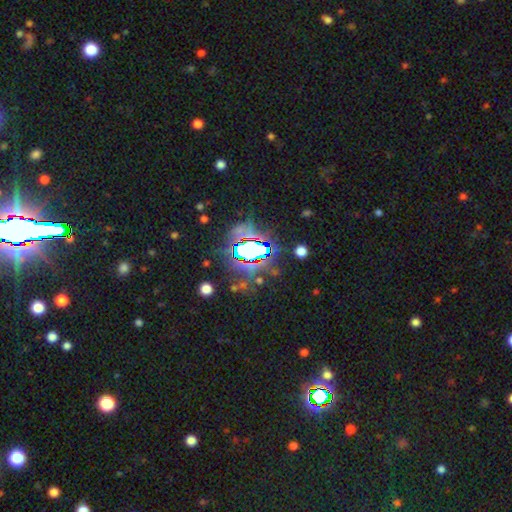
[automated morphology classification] type=star or artifact (76%).